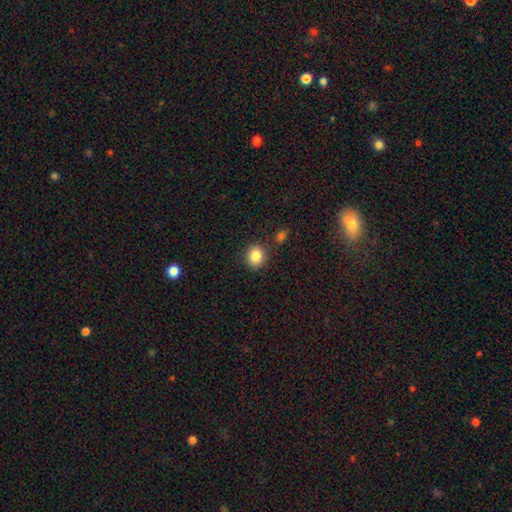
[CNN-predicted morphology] Q: Smooth or featured?
A: smooth (86%); runner-up: star or artifact (9%)
Q: How rounded?
A: round (84%); runner-up: in between (15%)
Q: Merging?
A: none (84%); runner-up: minor disturbance (9%)